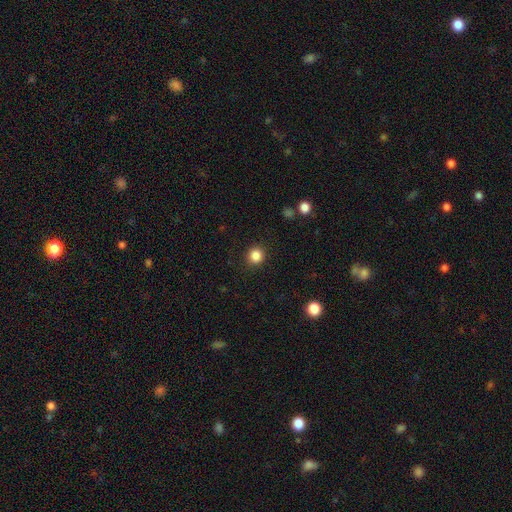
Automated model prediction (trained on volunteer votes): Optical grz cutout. It shows a smooth galaxy with no disk features (85%) that is round (92%). Merging: none (91%).